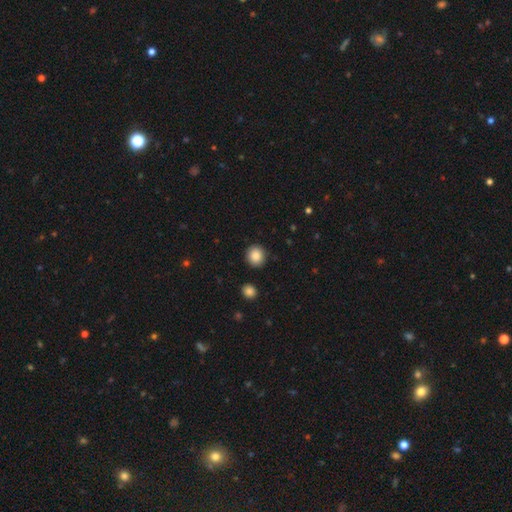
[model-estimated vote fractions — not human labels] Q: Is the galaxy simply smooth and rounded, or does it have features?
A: smooth — 88%.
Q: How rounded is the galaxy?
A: round — 86%.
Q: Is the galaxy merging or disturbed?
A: none — 90%.